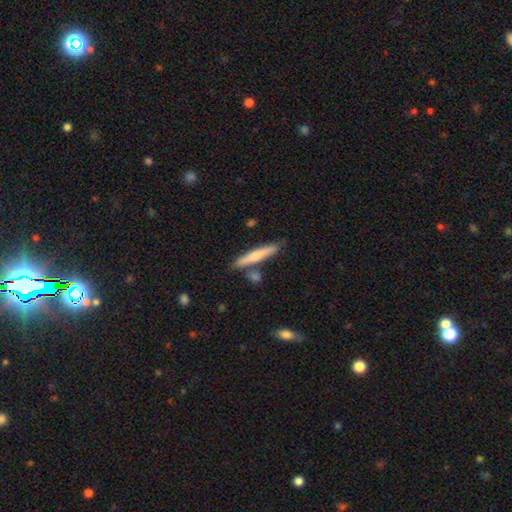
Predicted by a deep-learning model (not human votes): A smooth galaxy with no disk features (63%) that is cigar-shaped (92%).

Vote fractions:
- Smooth or featured? smooth: 63% / featured or disk: 32% / star or artifact: 5%
- How rounded? cigar-shaped: 92% / in between: 6% / round: 2%
- Merging? none: 78% / minor disturbance: 11% / merger: 8% / major disturbance: 2%